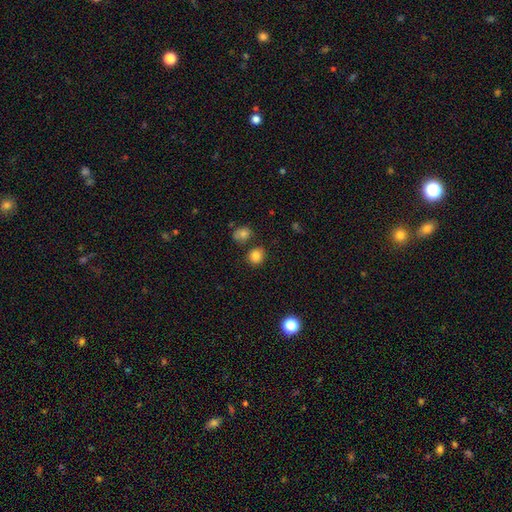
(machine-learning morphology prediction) This appears to be a smooth galaxy with no disk features (84%) that is round (79%). Merging: none (80%).